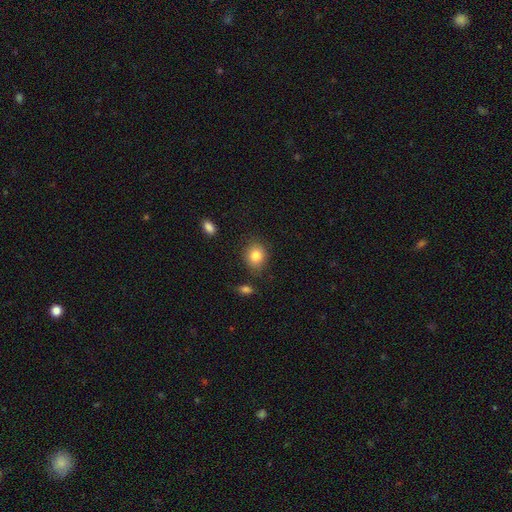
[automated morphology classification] type=smooth (84%); roundness=round (62%); merging=none (80%).